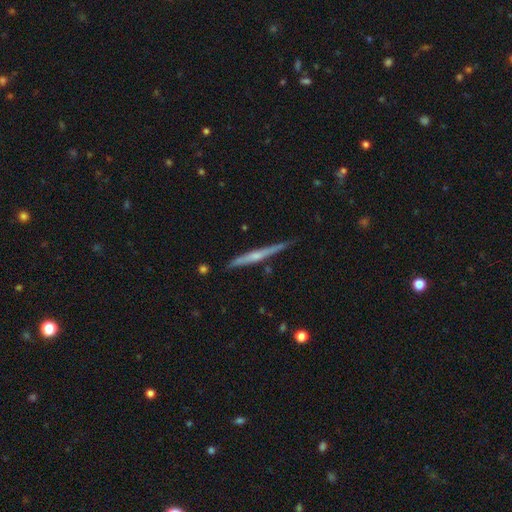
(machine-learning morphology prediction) This is likely a featured or disk galaxy (64%). It is clearly viewed edge-on (97%). Edge-on bulge: possibly rounded (55%). Merging: clearly none (83%).